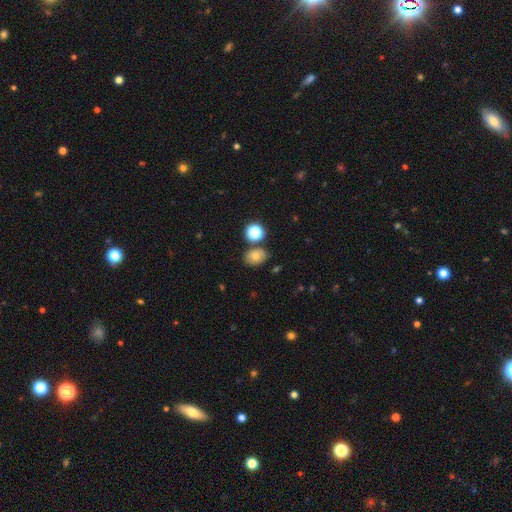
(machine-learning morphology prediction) smooth-or-featured: smooth: 70% | star or artifact: 16% | featured or disk: 14%
  how-rounded: in between: 61% | round: 38% | cigar-shaped: 1%
  merging: none: 74% | minor disturbance: 13% | merger: 10% | major disturbance: 3%